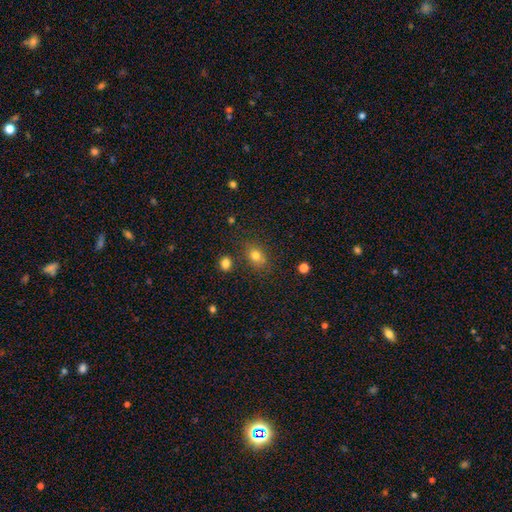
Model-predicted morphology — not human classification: Smooth or featured? Predicted: smooth (p=0.77). How rounded? Predicted: in between (p=0.53). Merging? Predicted: none (p=0.76).